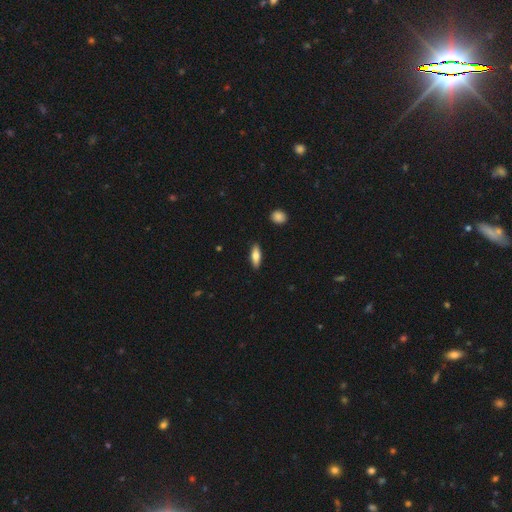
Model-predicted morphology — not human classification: Q: Smooth or featured?
A: smooth (74%); runner-up: featured or disk (20%)
Q: How rounded?
A: in between (62%); runner-up: cigar-shaped (35%)
Q: Merging?
A: none (89%); runner-up: minor disturbance (8%)